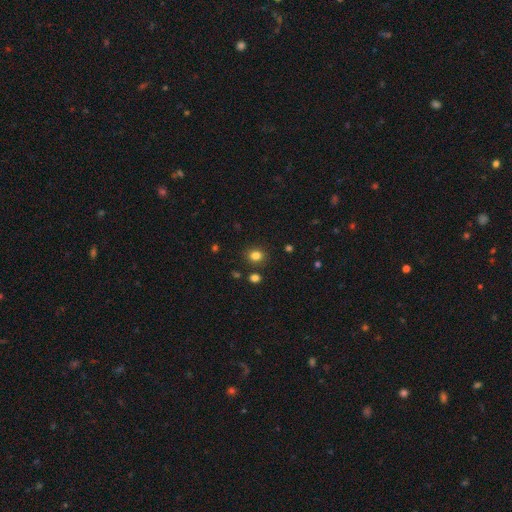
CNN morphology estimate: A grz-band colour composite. It shows a smooth galaxy with no disk features (81%) that is round (64%). Merging: none (84%).